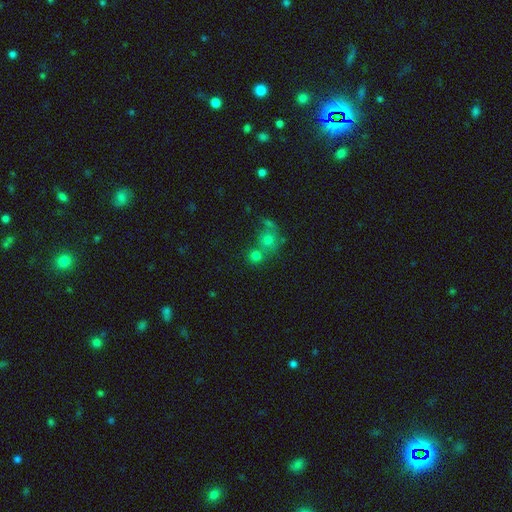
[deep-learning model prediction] This is likely a smooth galaxy (71%). How rounded: clearly round (84%). Merging: possibly merger (45%).